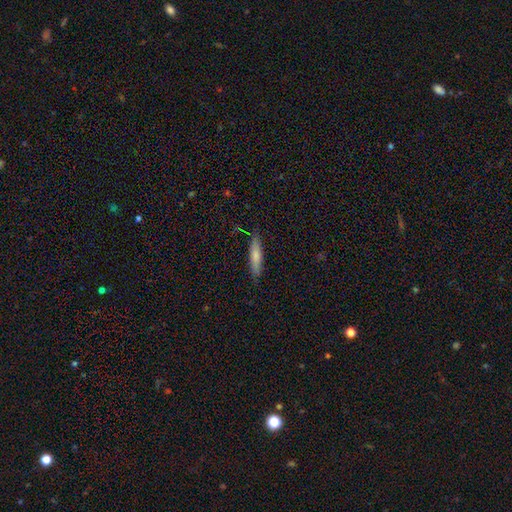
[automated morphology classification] Overall: smooth (70%). How rounded: cigar-shaped (82%). Merging: none (83%).